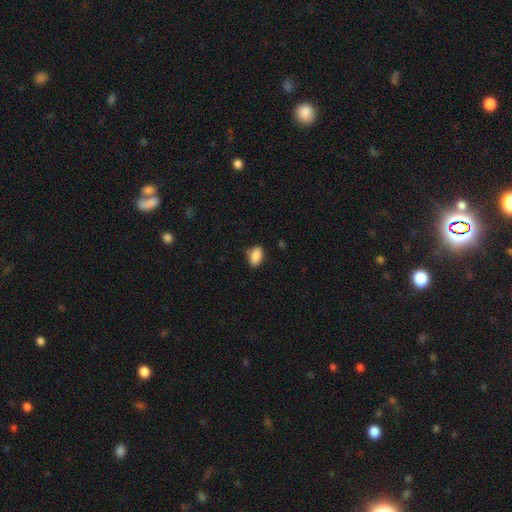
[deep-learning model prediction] Smooth or featured? Predicted: smooth (p=0.88). How rounded? Predicted: in between (p=0.91). Merging? Predicted: none (p=0.77).